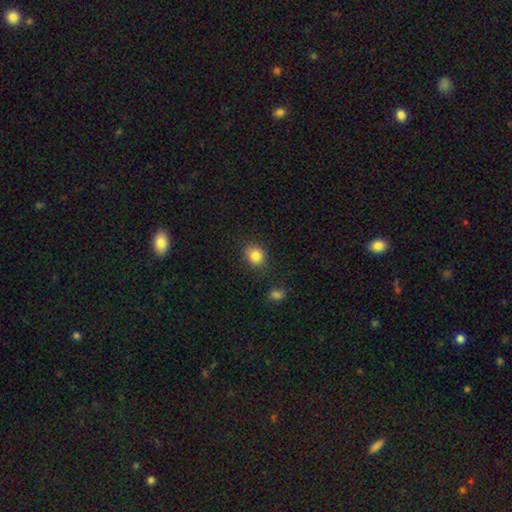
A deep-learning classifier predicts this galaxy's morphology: smooth 84%, star or artifact 10%, featured or disk 6%. Down the decision tree: how rounded — round (76%); merging — none (78%).